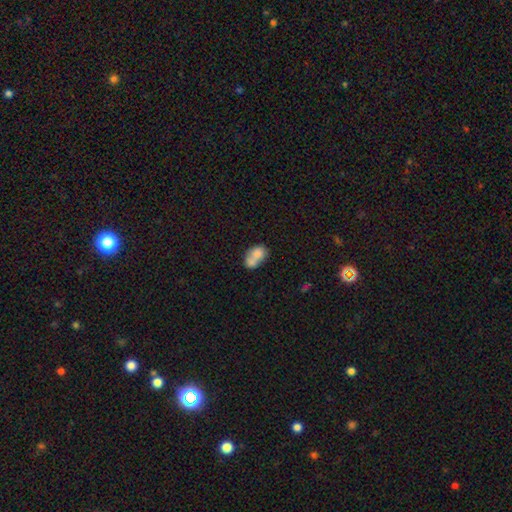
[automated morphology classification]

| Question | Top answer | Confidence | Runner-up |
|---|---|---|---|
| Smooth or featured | smooth | 72% | featured or disk (19%) |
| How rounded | in between | 68% | round (31%) |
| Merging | merger | 65% | none (22%) |